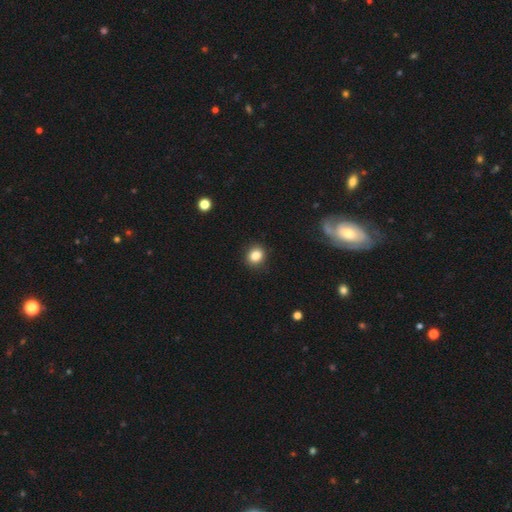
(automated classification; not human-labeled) A smooth galaxy with no disk features (85%) that is round (73%).

Vote fractions:
- Smooth or featured? smooth: 85% / star or artifact: 11% / featured or disk: 5%
- How rounded? round: 73% / in between: 26% / cigar-shaped: 1%
- Merging? none: 88% / minor disturbance: 9% / major disturbance: 2% / merger: 1%